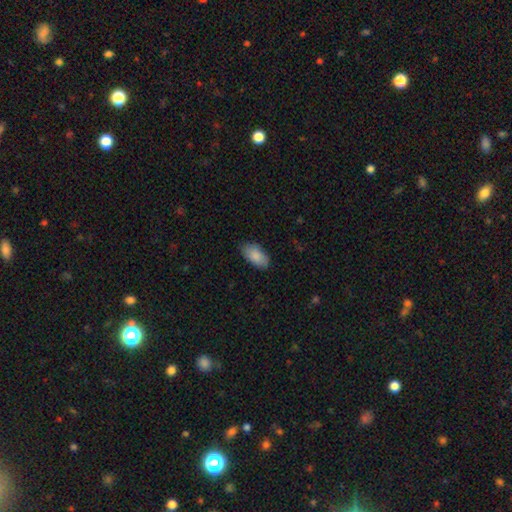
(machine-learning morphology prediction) This appears to be a smooth galaxy with no disk features (88%) that is in between round and cigar-shaped (94%). Merging: none (79%).